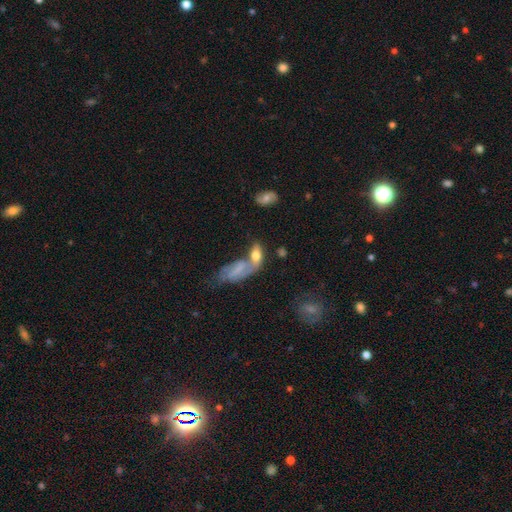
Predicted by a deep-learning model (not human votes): Smooth or featured: smooth — 59% (featured or disk — 31%)
How rounded: in between — 80% (cigar-shaped — 13%)
Merging: merger — 47% (none — 32%)